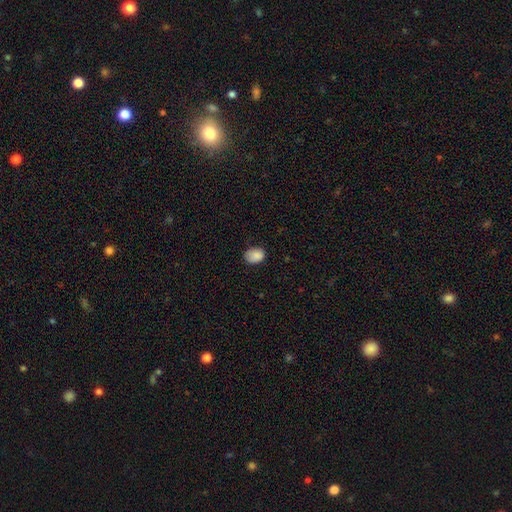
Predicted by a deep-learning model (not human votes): Smooth or featured: smooth — 87% (star or artifact — 8%)
How rounded: in between — 66% (round — 33%)
Merging: none — 69% (minor disturbance — 25%)